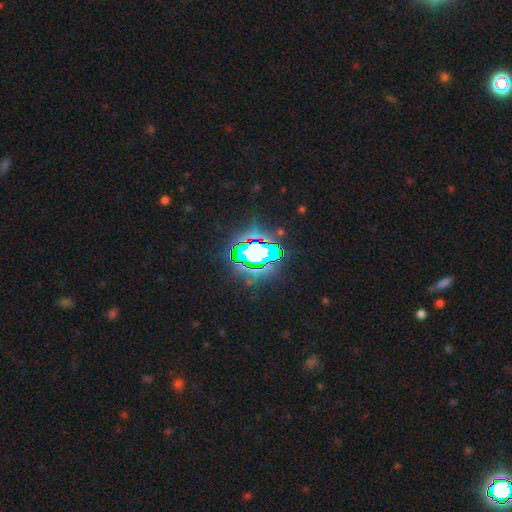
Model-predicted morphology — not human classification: Smooth or featured? star or artifact (73%)